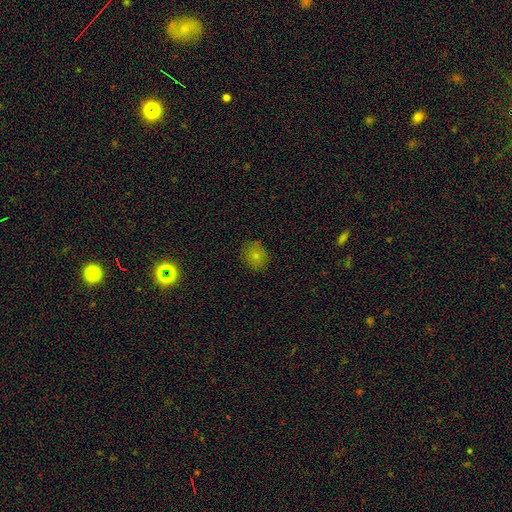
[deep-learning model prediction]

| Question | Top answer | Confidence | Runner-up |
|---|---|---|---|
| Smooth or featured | smooth | 78% | star or artifact (12%) |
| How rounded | round | 75% | in between (24%) |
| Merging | none | 83% | minor disturbance (13%) |